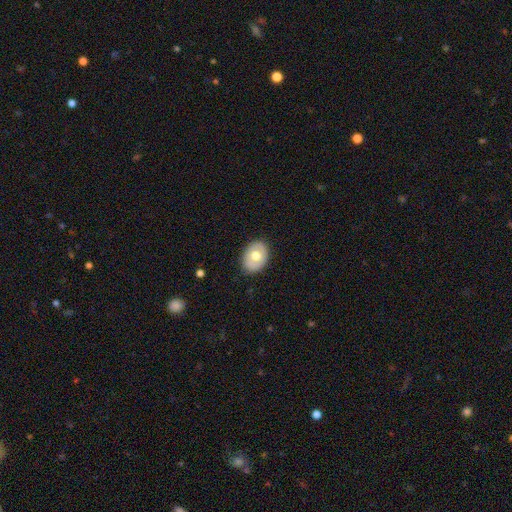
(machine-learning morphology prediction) A smooth galaxy with no disk features (62%) that is in between round and cigar-shaped (71%). Merging: none (85%).